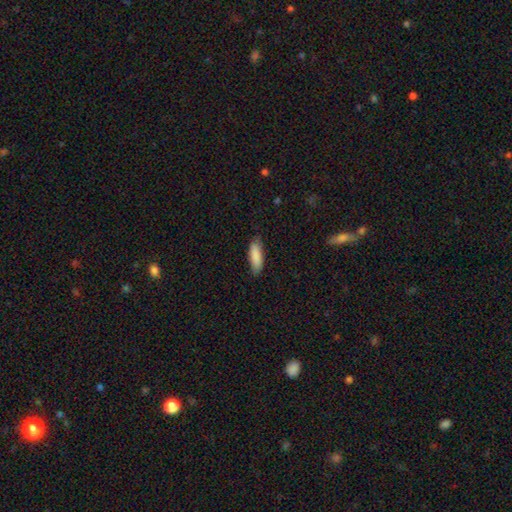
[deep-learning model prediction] Morphology: type=smooth (87%); roundness=in between (58%); merging=none (80%).